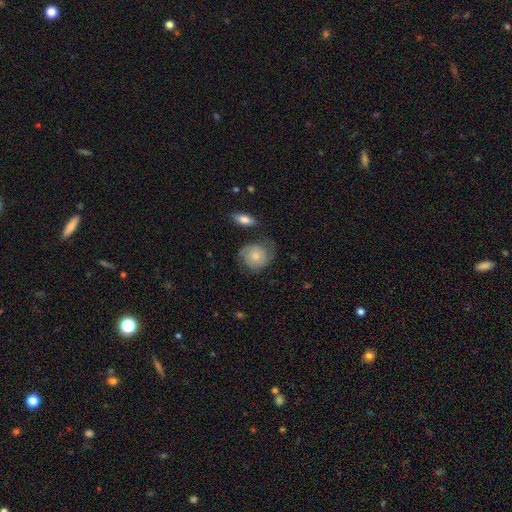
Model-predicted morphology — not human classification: featured or disk 49%, smooth 43%, star or artifact 7%. Down the decision tree: merging — none (59%).